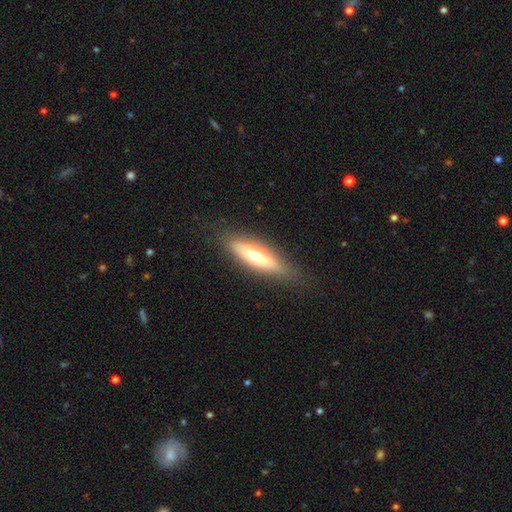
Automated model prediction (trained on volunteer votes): Morphology: type=smooth (56%); roundness=cigar-shaped (61%); merging=none (81%).